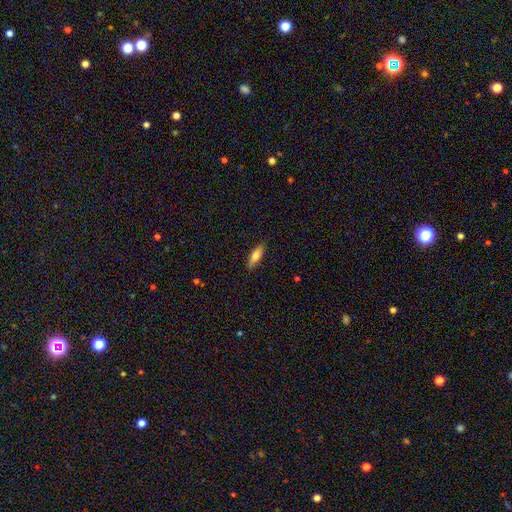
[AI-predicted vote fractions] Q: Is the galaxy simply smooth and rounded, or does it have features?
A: smooth — 72%.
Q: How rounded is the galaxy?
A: in between — 49%, tied with cigar-shaped.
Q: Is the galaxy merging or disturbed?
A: none — 87%.